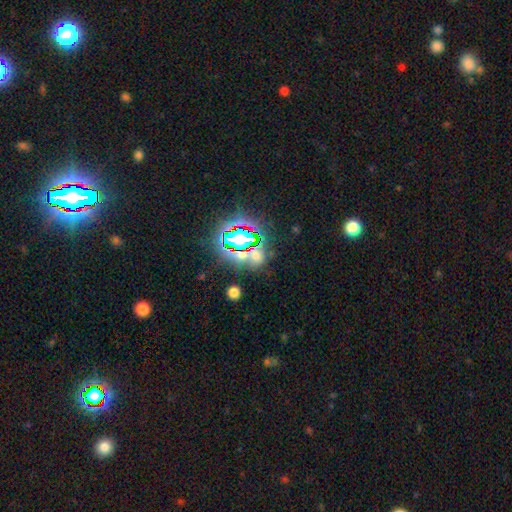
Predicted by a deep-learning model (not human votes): A star or artifact, not a galaxy (58%).

Vote fractions:
- Smooth or featured? star or artifact: 58% / smooth: 32% / featured or disk: 10%